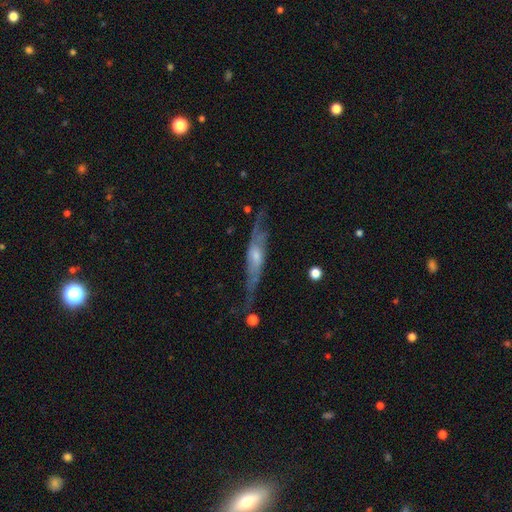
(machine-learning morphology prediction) Q: Smooth or featured?
A: featured or disk (73%); runner-up: smooth (20%)
Q: Edge-on disk?
A: yes (60%); runner-up: no (40%)
Q: Merging?
A: none (60%); runner-up: minor disturbance (24%)